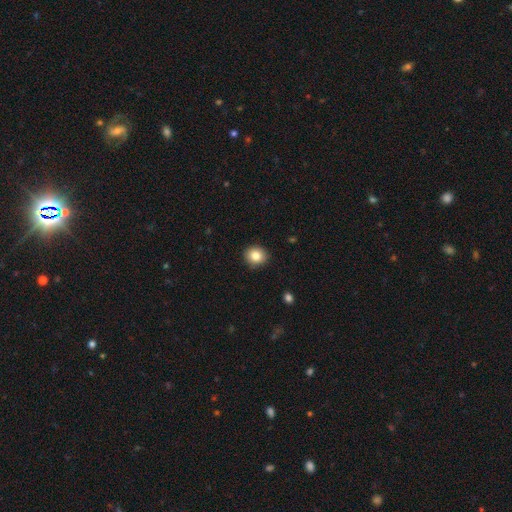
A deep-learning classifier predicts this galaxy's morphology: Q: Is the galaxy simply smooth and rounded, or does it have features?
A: smooth — 83%.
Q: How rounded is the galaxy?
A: round — 82%.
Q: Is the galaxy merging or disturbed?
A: none — 91%.